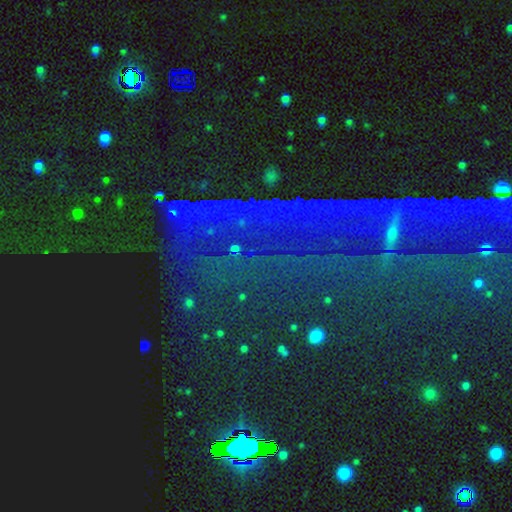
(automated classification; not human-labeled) Smooth or featured? star or artifact (81%)